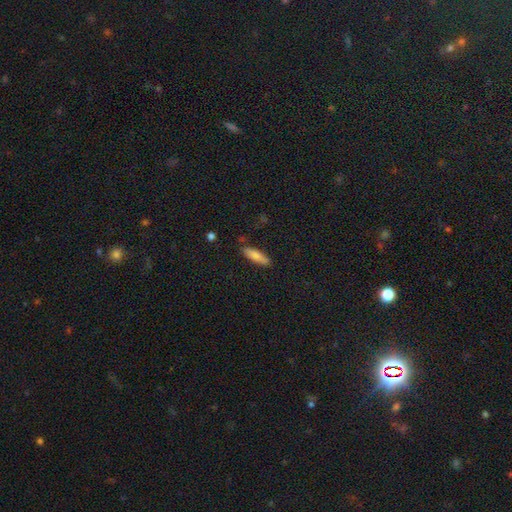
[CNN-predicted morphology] This is likely a smooth galaxy (78%). How rounded: possibly cigar-shaped (57%). Merging: clearly none (84%).